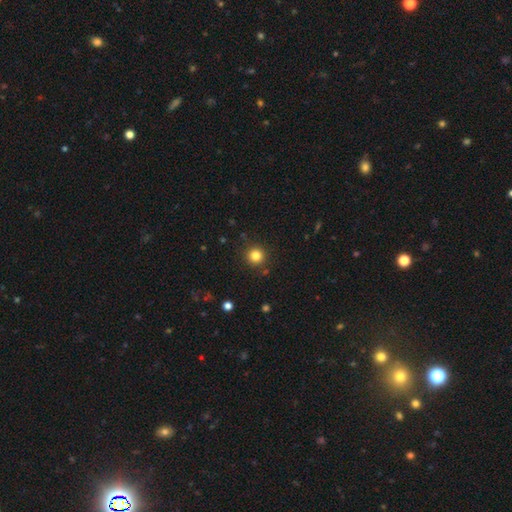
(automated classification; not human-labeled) smooth 82%, star or artifact 13%, featured or disk 5%. Down the decision tree: how rounded — round (95%); merging — none (90%).